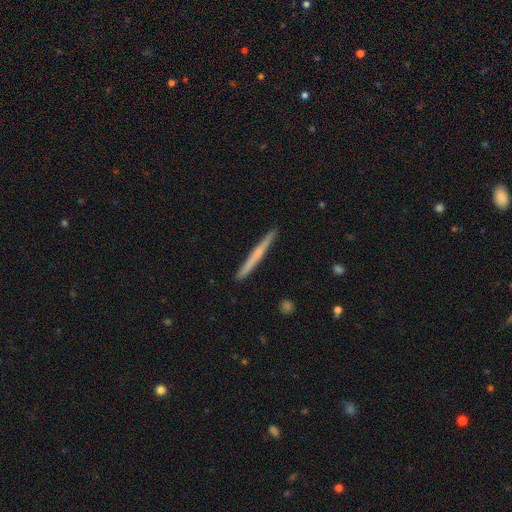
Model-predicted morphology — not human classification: This is possibly a smooth galaxy (52%). How rounded: clearly cigar-shaped (97%). Merging: clearly none (92%).